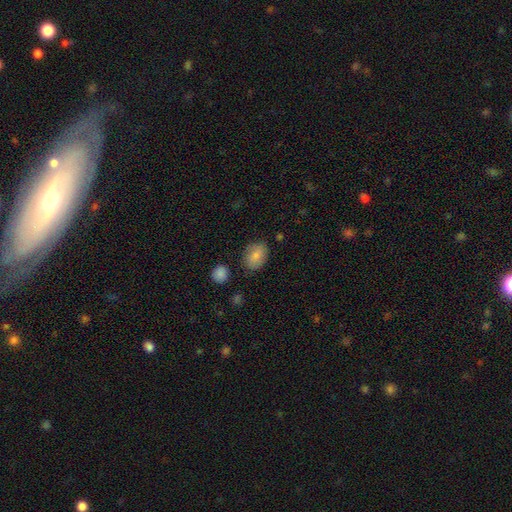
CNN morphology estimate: A smooth galaxy with no disk features (80%) that is in between round and cigar-shaped (73%).

Vote fractions:
- Smooth or featured? smooth: 80% / featured or disk: 11% / star or artifact: 8%
- How rounded? in between: 73% / round: 26% / cigar-shaped: 1%
- Merging? none: 79% / minor disturbance: 15% / major disturbance: 4% / merger: 3%